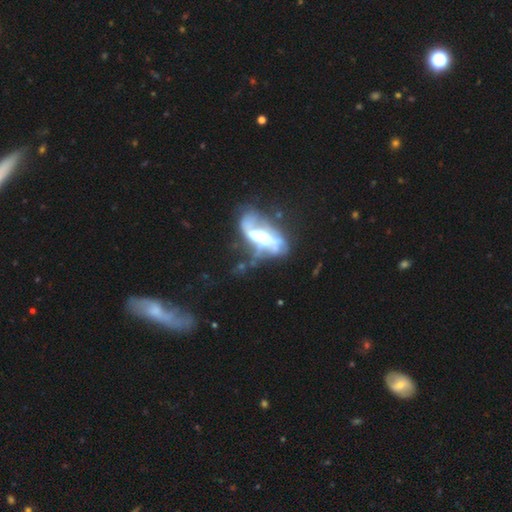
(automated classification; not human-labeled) A featured or disk galaxy (75%) with no bar (35%), 2 (68%) loose (56%) spiral arms (75%) and a moderate central bulge (35%). Merging: major disturbance (33%).